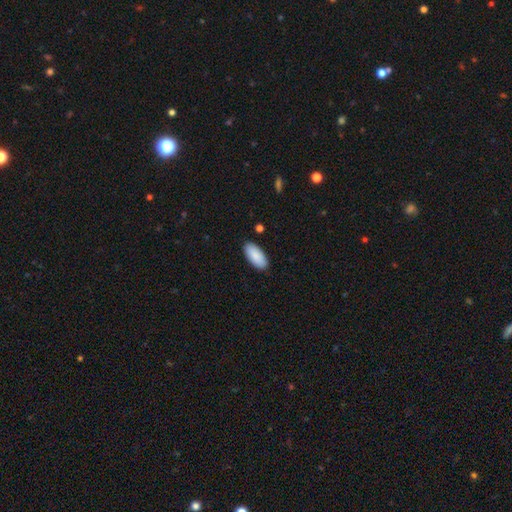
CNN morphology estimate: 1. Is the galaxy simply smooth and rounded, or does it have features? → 90% smooth, 6% star or artifact, 4% featured or disk.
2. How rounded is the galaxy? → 90% in between, 8% cigar-shaped, 2% round.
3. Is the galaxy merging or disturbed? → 89% none, 8% minor disturbance, 2% major disturbance, 1% merger.